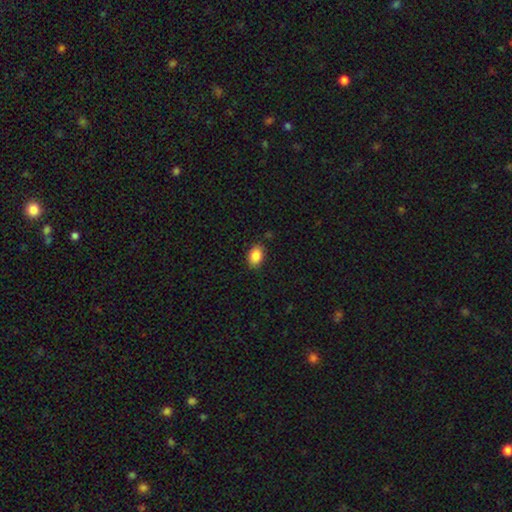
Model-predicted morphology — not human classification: A smooth galaxy with no disk features (88%) that is in between round and cigar-shaped (83%).

Vote fractions:
- Smooth or featured? smooth: 88% / star or artifact: 8% / featured or disk: 4%
- How rounded? in between: 83% / round: 16% / cigar-shaped: 1%
- Merging? none: 85% / minor disturbance: 11% / major disturbance: 2% / merger: 1%